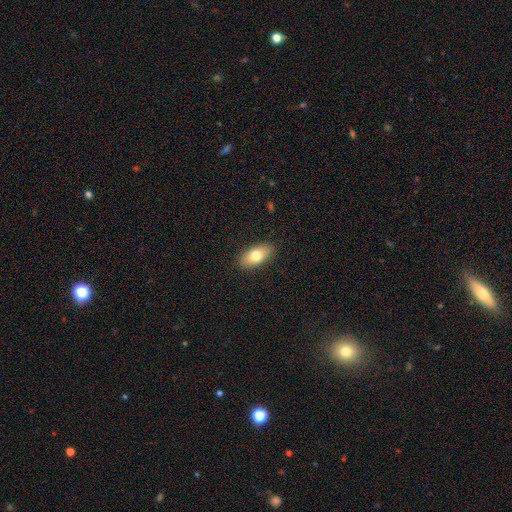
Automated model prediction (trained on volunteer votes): A smooth galaxy with no disk features (74%) that is in between round and cigar-shaped (89%).

Vote fractions:
- Smooth or featured? smooth: 74% / featured or disk: 19% / star or artifact: 7%
- How rounded? in between: 89% / cigar-shaped: 7% / round: 4%
- Merging? none: 89% / minor disturbance: 8% / major disturbance: 2% / merger: 1%